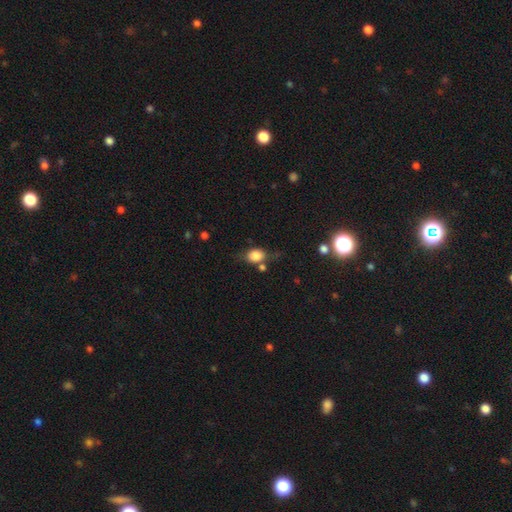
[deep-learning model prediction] smooth 79%, featured or disk 12%, star or artifact 9%. Down the decision tree: how rounded — in between (64%); merging — none (59%).